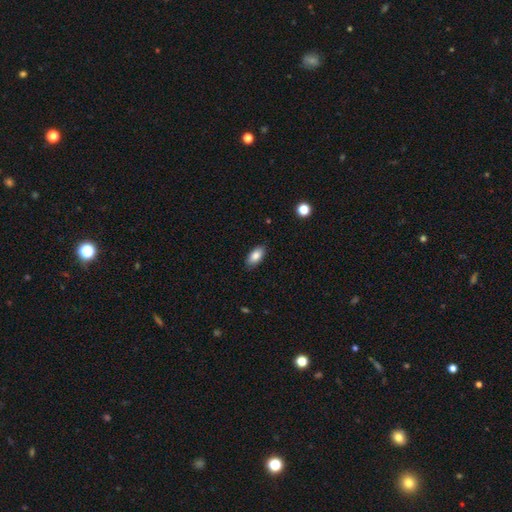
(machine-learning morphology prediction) A smooth galaxy with no disk features (85%) that is in between round and cigar-shaped (91%). Merging: none (86%).